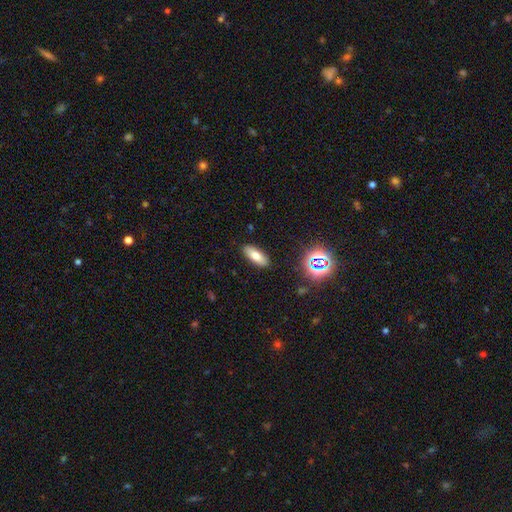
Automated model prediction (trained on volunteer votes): The model was most divided on "how rounded": in between: 73%, cigar-shaped: 23%, round: 3%. More confident: merging — none (88%); smooth or featured — smooth (74%).